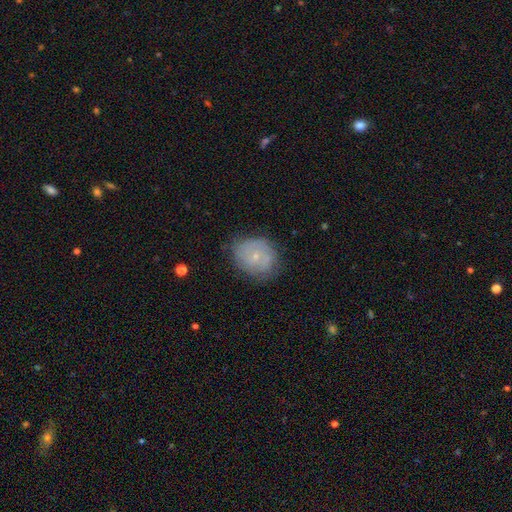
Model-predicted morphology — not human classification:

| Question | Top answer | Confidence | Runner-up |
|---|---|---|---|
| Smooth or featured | smooth | 46% | featured or disk (45%) |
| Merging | none | 68% | minor disturbance (23%) |